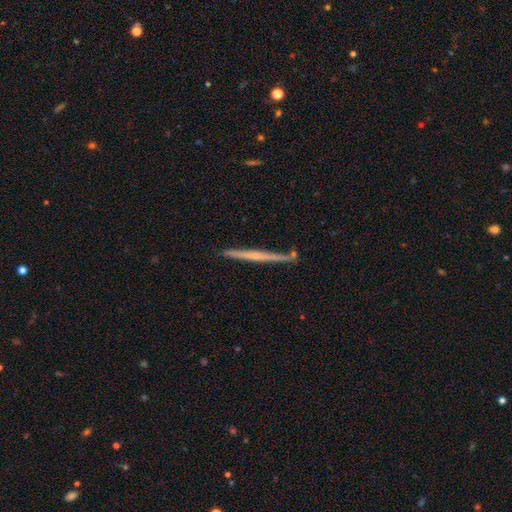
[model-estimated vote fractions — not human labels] A featured or disk galaxy (63%) viewed edge-on (98%) with no central bulge (68%).

Vote fractions:
- Smooth or featured? featured or disk: 63% / smooth: 31% / star or artifact: 5%
- Edge-on disk? yes: 98% / no: 2%
- Edge-on bulge? none: 68% / rounded: 25% / boxy: 7%
- Merging? none: 87% / minor disturbance: 8% / merger: 3% / major disturbance: 2%